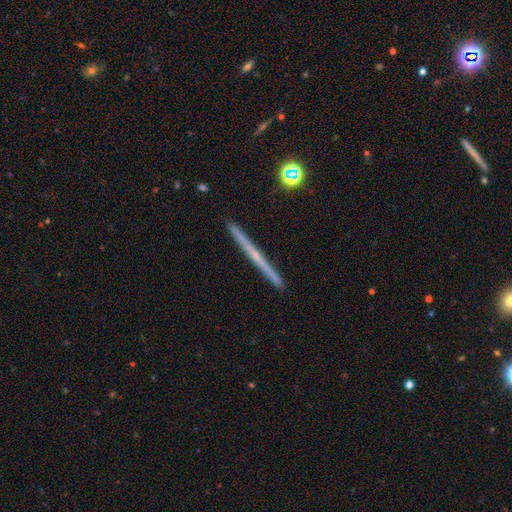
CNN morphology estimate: type=featured or disk (63%); edge-on=yes (98%); edge-on bulge=none (76%); merging=none (92%).